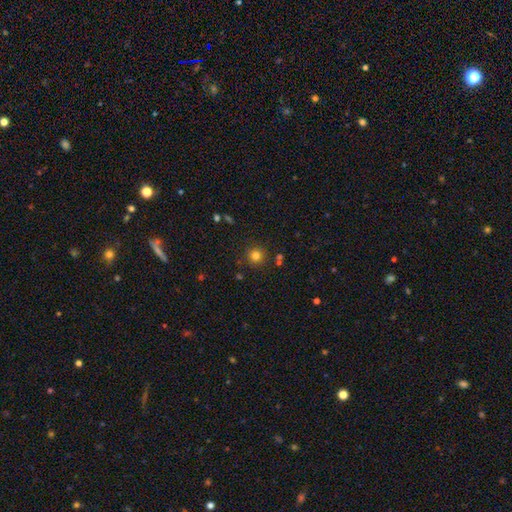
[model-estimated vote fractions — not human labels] A smooth galaxy with no disk features (79%) that is round (94%).

Vote fractions:
- Smooth or featured? smooth: 79% / star or artifact: 15% / featured or disk: 6%
- How rounded? round: 94% / in between: 5% / cigar-shaped: 1%
- Merging? none: 87% / minor disturbance: 7% / merger: 3% / major disturbance: 2%